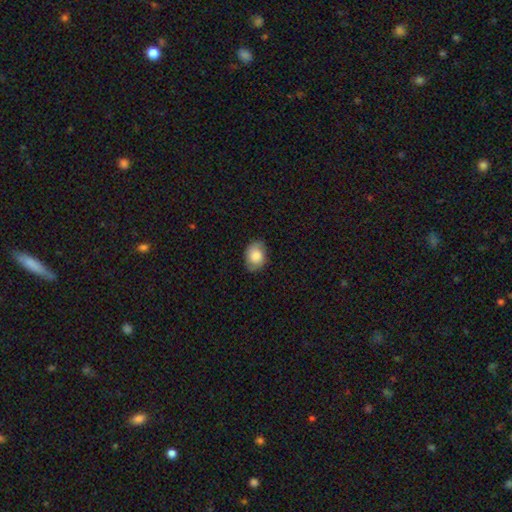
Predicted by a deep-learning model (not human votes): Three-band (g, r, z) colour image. It shows a smooth galaxy with no disk features (77%) that is in between round and cigar-shaped (70%). Merging: none (74%).